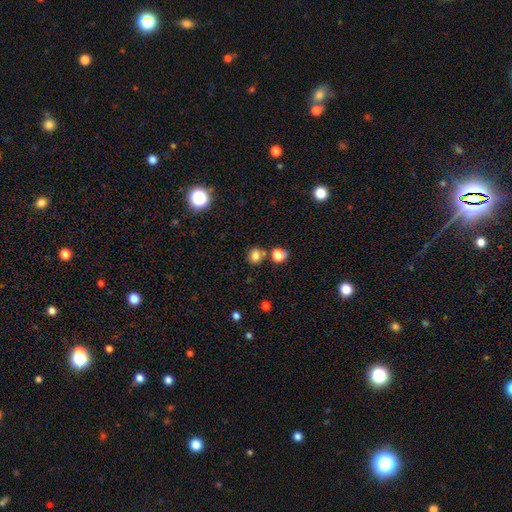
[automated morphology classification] Q: Smooth or featured?
A: smooth (79%); runner-up: star or artifact (14%)
Q: How rounded?
A: round (78%); runner-up: in between (21%)
Q: Merging?
A: none (72%); runner-up: merger (16%)